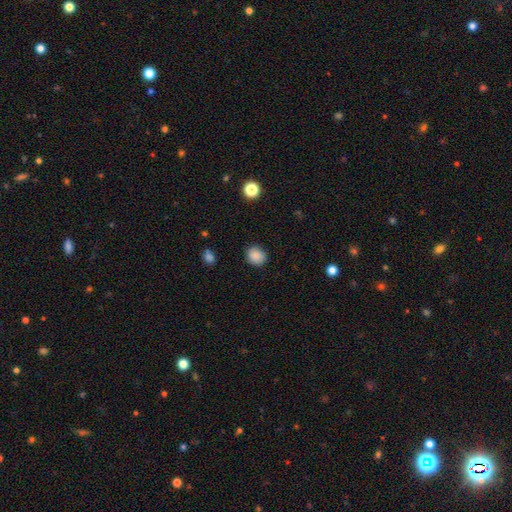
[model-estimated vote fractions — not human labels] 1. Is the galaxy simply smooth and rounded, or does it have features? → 87% smooth, 9% star or artifact, 4% featured or disk.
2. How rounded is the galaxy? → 76% round, 23% in between, 1% cigar-shaped.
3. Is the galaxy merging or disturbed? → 87% none, 10% minor disturbance, 2% major disturbance, 1% merger.